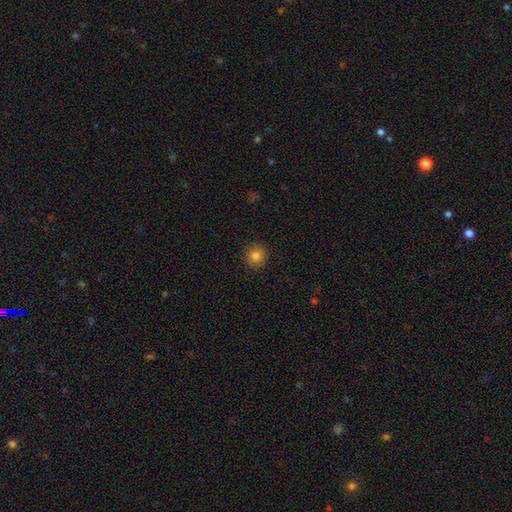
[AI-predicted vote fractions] Overall: smooth (83%). How rounded: round (93%). Merging: none (91%).